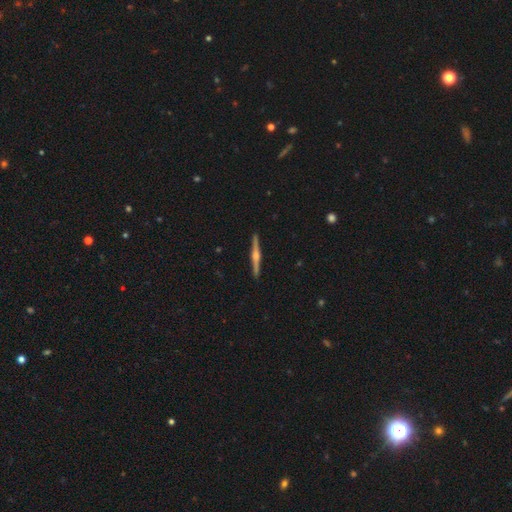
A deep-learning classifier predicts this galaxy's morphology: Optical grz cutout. It shows a featured or disk galaxy (81%) viewed edge-on (99%) with a rounded central bulge (88%). Merging: none (93%).